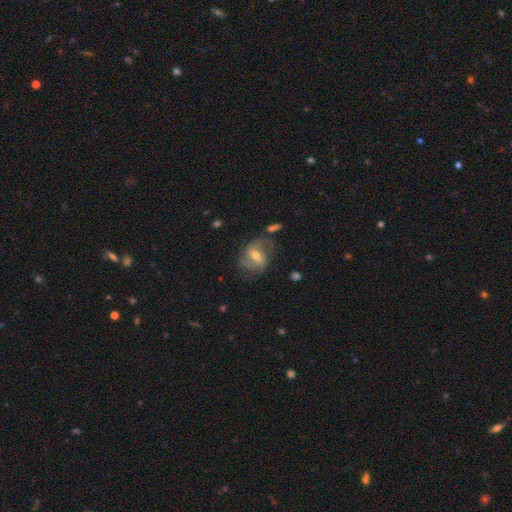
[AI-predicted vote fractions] Smooth or featured? Predicted: featured or disk (p=0.76). Edge-on disk? Predicted: no (p=0.96). Bar? Predicted: weak (p=0.47). Spiral arms? Predicted: yes (p=0.89). Spiral winding? Predicted: medium (p=0.45). Spiral arm count? Predicted: 2 (p=0.73). Bulge size? Predicted: moderate (p=0.66). Merging? Predicted: none (p=0.63).